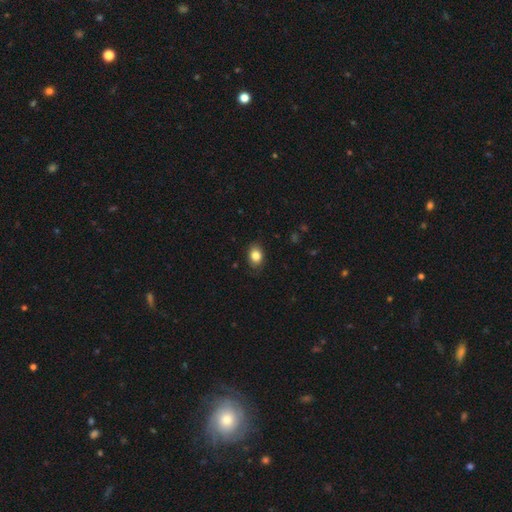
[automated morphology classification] A smooth galaxy with no disk features (84%) that is in between round and cigar-shaped (74%).

Vote fractions:
- Smooth or featured? smooth: 84% / star or artifact: 9% / featured or disk: 8%
- How rounded? in between: 74% / round: 25% / cigar-shaped: 1%
- Merging? none: 82% / minor disturbance: 14% / major disturbance: 3% / merger: 1%